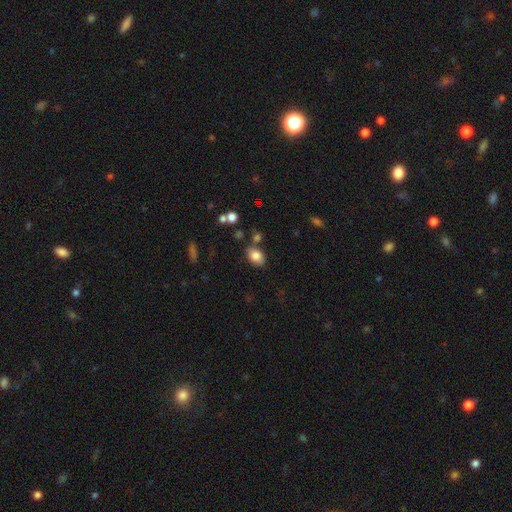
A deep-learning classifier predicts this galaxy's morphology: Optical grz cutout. It shows a smooth galaxy with no disk features (82%) that is in between round and cigar-shaped (84%). Merging: none (73%).